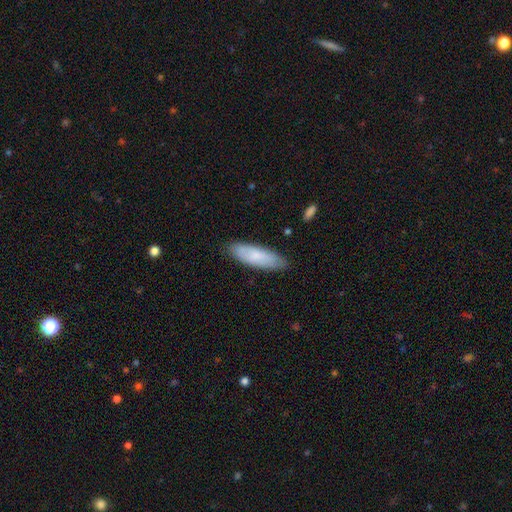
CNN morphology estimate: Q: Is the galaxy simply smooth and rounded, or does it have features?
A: smooth — 79%.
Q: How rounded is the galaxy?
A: cigar-shaped — 51%.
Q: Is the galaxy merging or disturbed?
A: none — 84%.